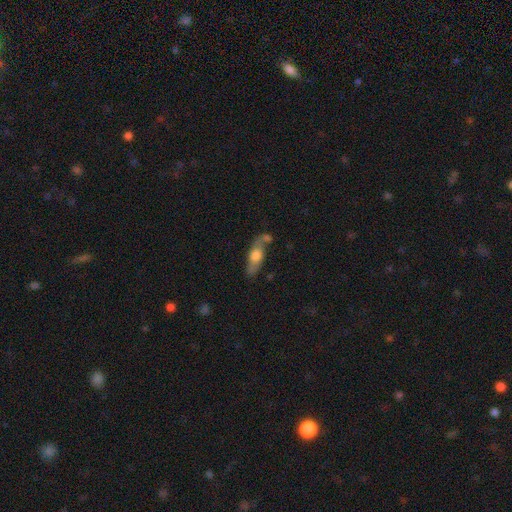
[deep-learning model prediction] smooth 49%, featured or disk 44%, star or artifact 7%. Down the decision tree: merging — none (50%).